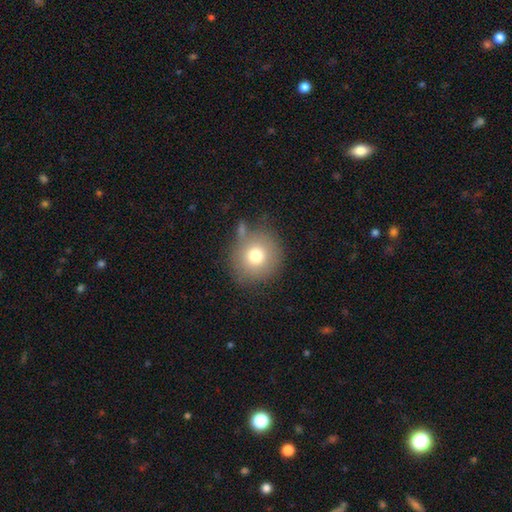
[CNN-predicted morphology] smooth-or-featured: smooth: 75% | featured or disk: 14% | star or artifact: 11%
  how-rounded: round: 92% | in between: 7% | cigar-shaped: 1%
  merging: none: 72% | minor disturbance: 15% | merger: 7% | major disturbance: 6%